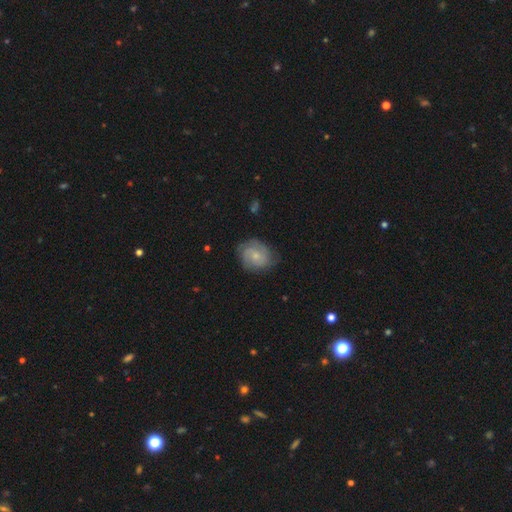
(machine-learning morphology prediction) A featured or disk galaxy (51%) with no bar (72%), spiral arms (83%) and a small central bulge (63%). Merging: none (69%).